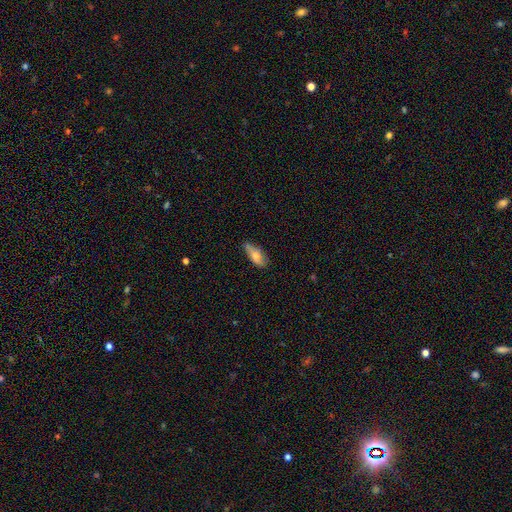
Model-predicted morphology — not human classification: The model was most divided on "merging": none: 59%, minor disturbance: 32%, major disturbance: 7%, merger: 3%. More confident: how rounded — in between (73%); smooth or featured — smooth (68%).